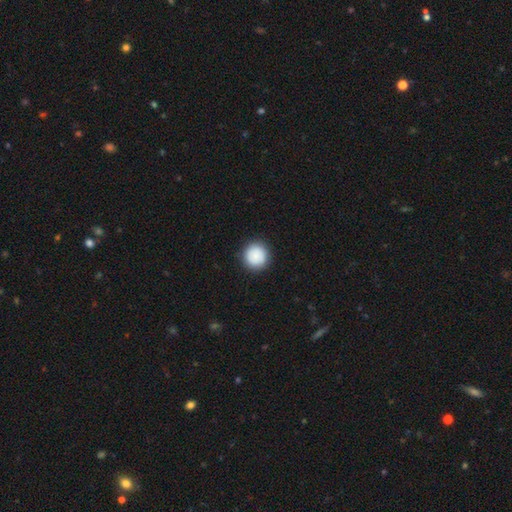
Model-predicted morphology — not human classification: Overall: smooth (85%). How rounded: round (95%). Merging: none (91%).